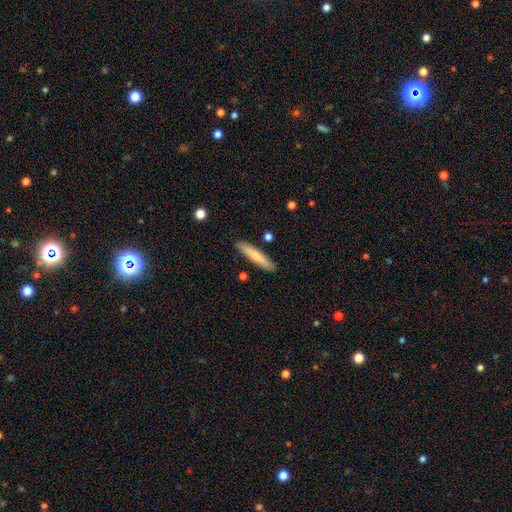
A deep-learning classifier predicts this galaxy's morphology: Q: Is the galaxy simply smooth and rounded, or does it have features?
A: smooth — 70%.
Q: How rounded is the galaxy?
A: cigar-shaped — 88%.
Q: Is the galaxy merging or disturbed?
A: none — 88%.